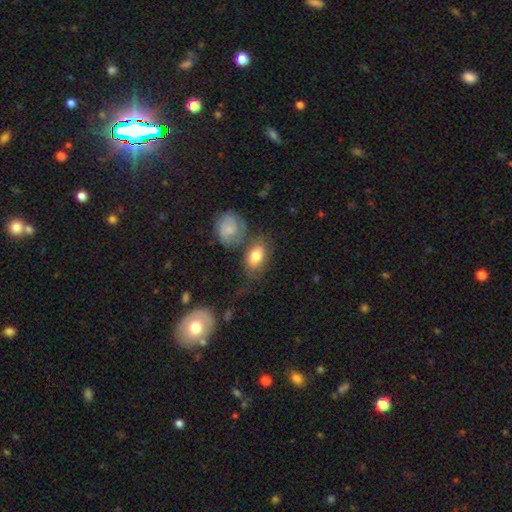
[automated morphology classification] This is likely a smooth galaxy (76%). How rounded: clearly in between (84%). Merging: possibly none (53%).